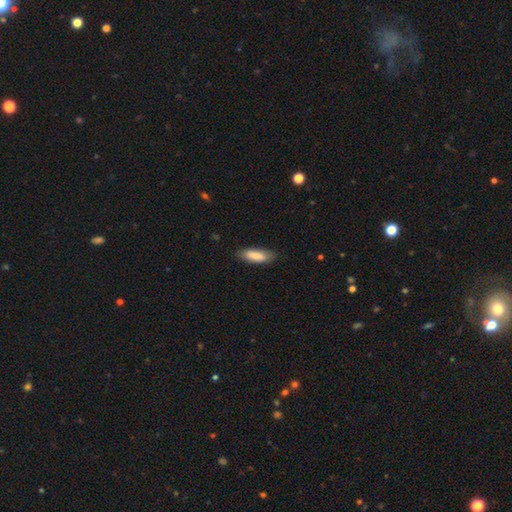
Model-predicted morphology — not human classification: Q: Smooth or featured?
A: smooth (82%); runner-up: featured or disk (12%)
Q: How rounded?
A: in between (62%); runner-up: cigar-shaped (36%)
Q: Merging?
A: none (79%); runner-up: minor disturbance (17%)